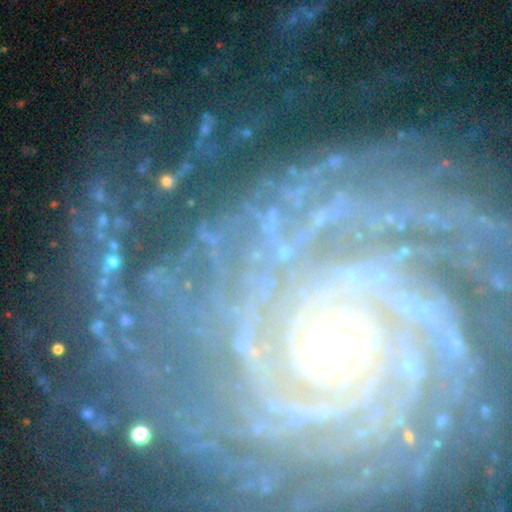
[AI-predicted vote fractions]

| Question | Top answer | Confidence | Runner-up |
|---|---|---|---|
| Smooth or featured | featured or disk | 77% | star or artifact (15%) |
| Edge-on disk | no | 96% | yes (4%) |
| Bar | no | 68% | weak (19%) |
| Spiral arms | yes | 95% | no (5%) |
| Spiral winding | tight | 75% | medium (19%) |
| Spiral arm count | can't tell | 25% | more than 4 (20%) |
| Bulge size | small | 64% | moderate (27%) |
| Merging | none | 68% | minor disturbance (16%) |